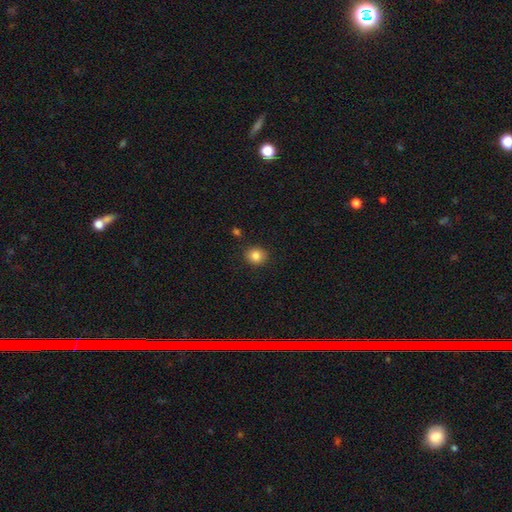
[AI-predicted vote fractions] Smooth or featured? Predicted: smooth (p=0.84). How rounded? Predicted: round (p=0.78). Merging? Predicted: none (p=0.88).